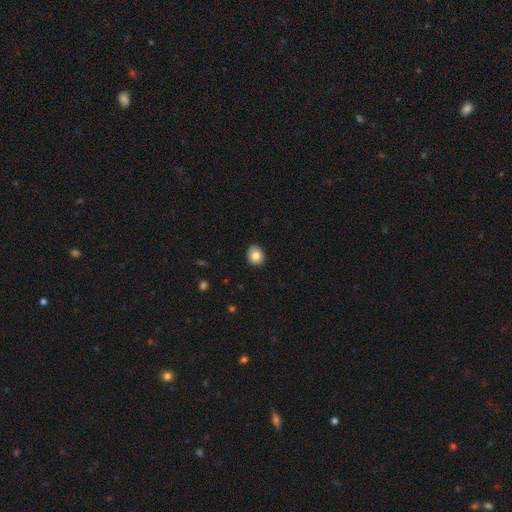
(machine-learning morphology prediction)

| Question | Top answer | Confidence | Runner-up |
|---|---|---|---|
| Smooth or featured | smooth | 79% | featured or disk (12%) |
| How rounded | round | 65% | in between (34%) |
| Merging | none | 88% | minor disturbance (9%) |